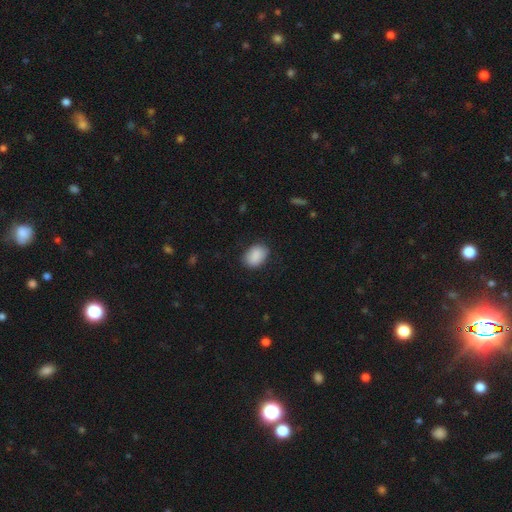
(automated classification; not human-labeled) A smooth galaxy with no disk features (89%) that is in between round and cigar-shaped (76%).

Vote fractions:
- Smooth or featured? smooth: 89% / star or artifact: 7% / featured or disk: 5%
- How rounded? in between: 76% / round: 23% / cigar-shaped: 1%
- Merging? none: 81% / minor disturbance: 14% / major disturbance: 3% / merger: 1%